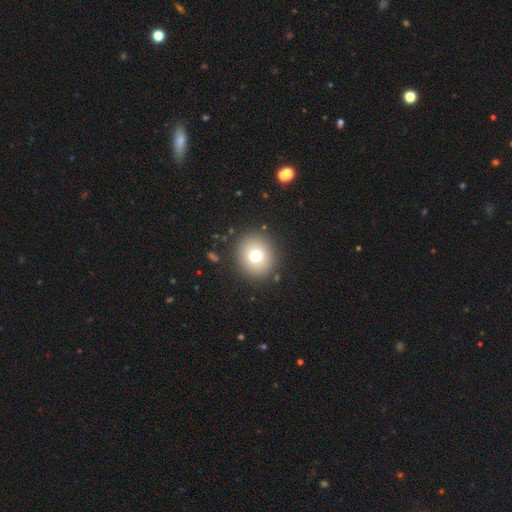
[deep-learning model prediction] Smooth or featured?
  - smooth: 72% *
  - featured or disk: 14%
  - star or artifact: 14%
How rounded?
  - round: 87% *
  - in between: 13%
  - cigar-shaped: 1%
Merging?
  - none: 89% *
  - minor disturbance: 6%
  - major disturbance: 3%
  - merger: 2%